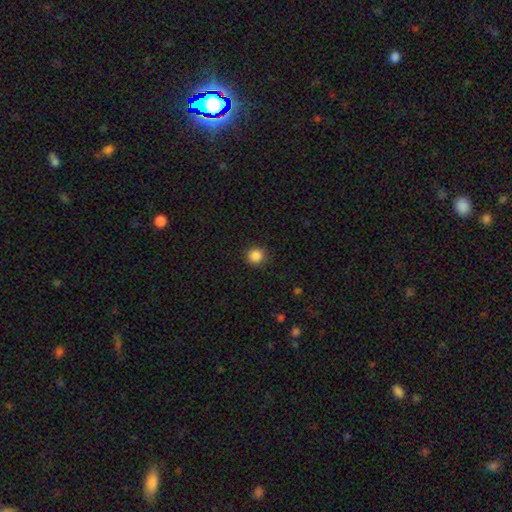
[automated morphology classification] Smooth or featured?
  - smooth: 87% *
  - star or artifact: 10%
  - featured or disk: 3%
How rounded?
  - round: 93% *
  - in between: 6%
  - cigar-shaped: 1%
Merging?
  - none: 91% *
  - minor disturbance: 6%
  - major disturbance: 2%
  - merger: 1%